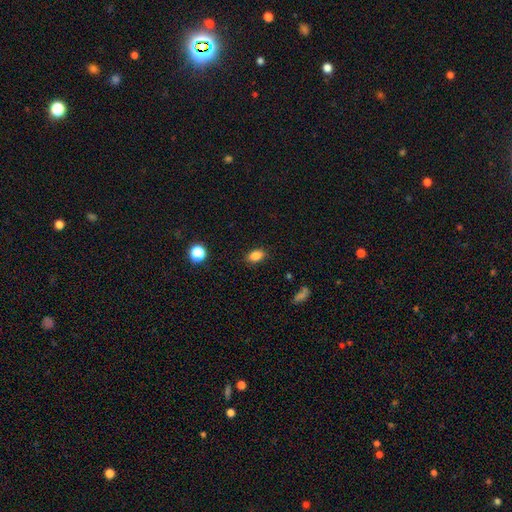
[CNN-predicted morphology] A smooth galaxy with no disk features (84%) that is in between round and cigar-shaped (83%). Merging: none (87%).